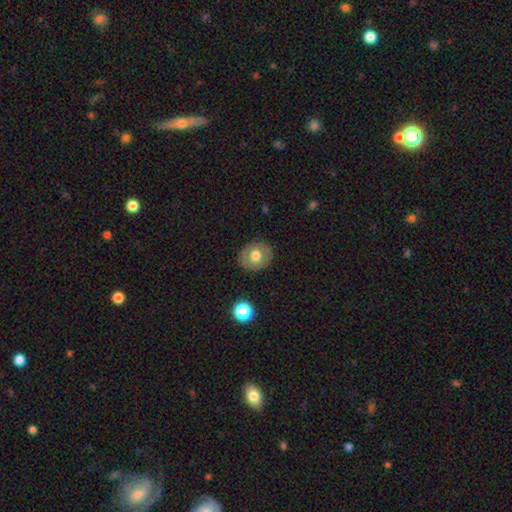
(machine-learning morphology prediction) Overall: smooth (65%; featured or disk 27%). How rounded: round (73%). Merging: none (86%).